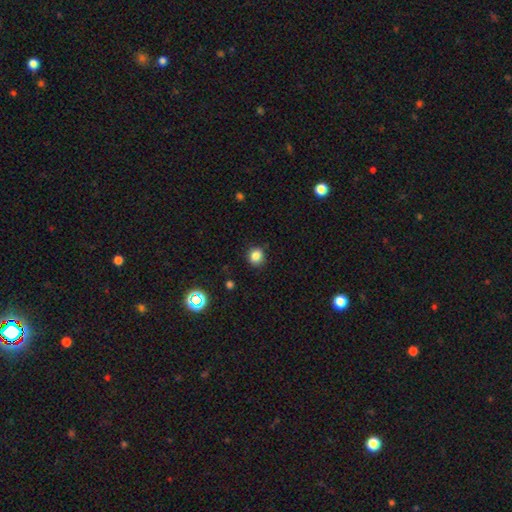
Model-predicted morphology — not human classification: smooth 83%, star or artifact 13%, featured or disk 4%. Down the decision tree: how rounded — round (82%); merging — none (86%).